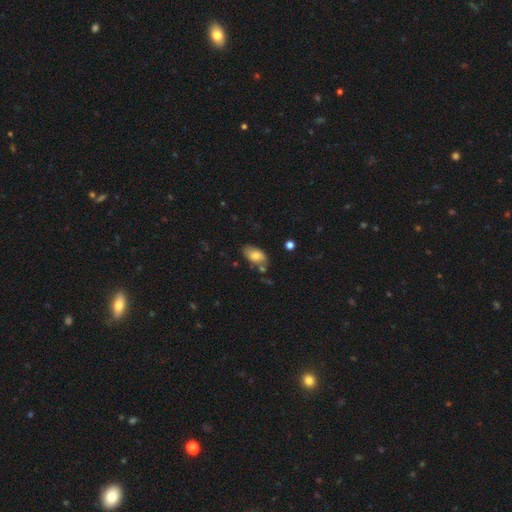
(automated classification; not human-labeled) This appears to be a smooth galaxy with no disk features (76%) that is in between round and cigar-shaped (92%). Merging: none (62%).